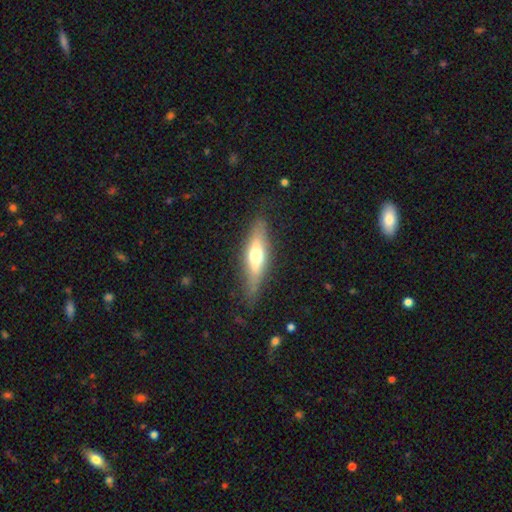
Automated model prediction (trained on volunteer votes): Morphology: type=featured or disk (48%); merging=none (79%).